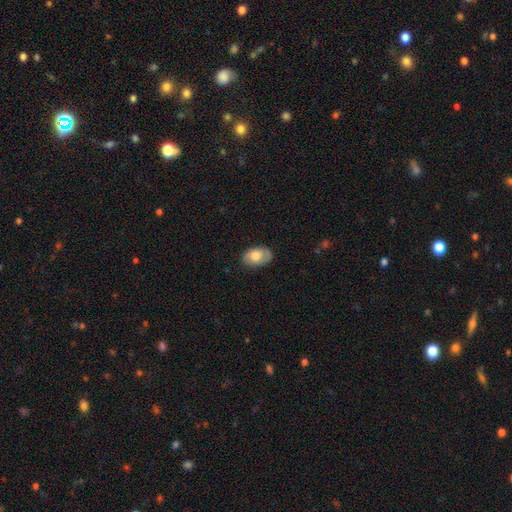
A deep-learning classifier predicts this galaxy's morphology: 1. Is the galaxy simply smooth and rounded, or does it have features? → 67% smooth, 26% featured or disk, 7% star or artifact.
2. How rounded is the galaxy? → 89% in between, 10% round, 1% cigar-shaped.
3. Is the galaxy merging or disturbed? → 79% none, 16% minor disturbance, 3% major disturbance, 1% merger.